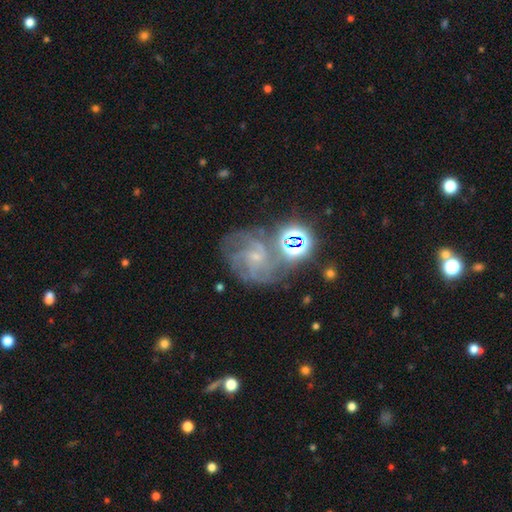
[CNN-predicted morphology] Overall: featured or disk (73%). Edge-on disk: no (98%). Bar: no (62%; weak 31%). Spiral arms: yes (95%). Spiral arm count: 3 (26%; can't tell 25%). Spiral winding: tight (49%; medium 42%). Bulge size: small (77%). Merging: none (63%).